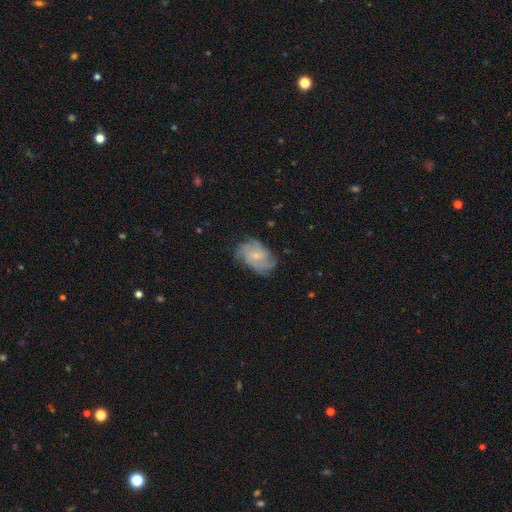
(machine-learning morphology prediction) Smooth or featured? Predicted: featured or disk (p=0.73). Edge-on disk? Predicted: no (p=0.97). Bar? Predicted: no (p=0.65). Spiral arms? Predicted: yes (p=0.92). Spiral winding? Predicted: tight (p=0.44). Spiral arm count? Predicted: can't tell (p=0.30). Bulge size? Predicted: small (p=0.70). Merging? Predicted: none (p=0.67).